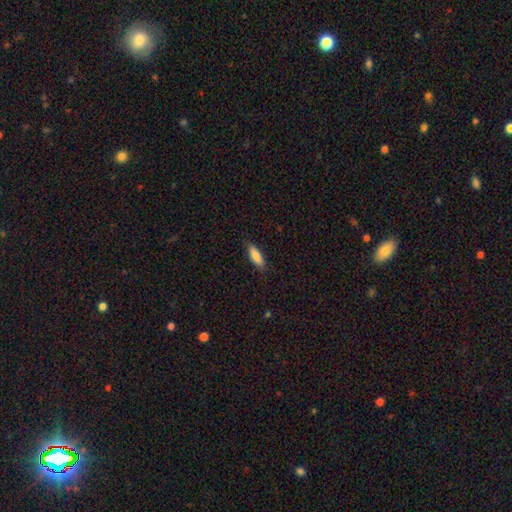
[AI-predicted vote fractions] A smooth galaxy with no disk features (82%) that is in between round and cigar-shaped (52%).

Vote fractions:
- Smooth or featured? smooth: 82% / featured or disk: 12% / star or artifact: 6%
- How rounded? in between: 52% / cigar-shaped: 46% / round: 2%
- Merging? none: 86% / minor disturbance: 11% / major disturbance: 2% / merger: 1%